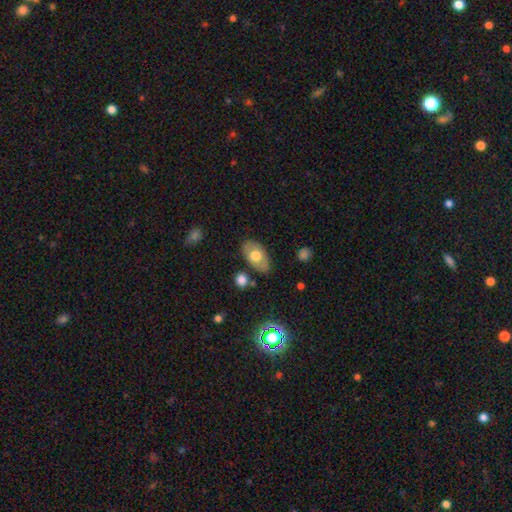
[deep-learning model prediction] smooth-or-featured: smooth: 62% | featured or disk: 31% | star or artifact: 7%
  how-rounded: in between: 91% | round: 7% | cigar-shaped: 2%
  merging: none: 76% | minor disturbance: 16% | merger: 4% | major disturbance: 4%